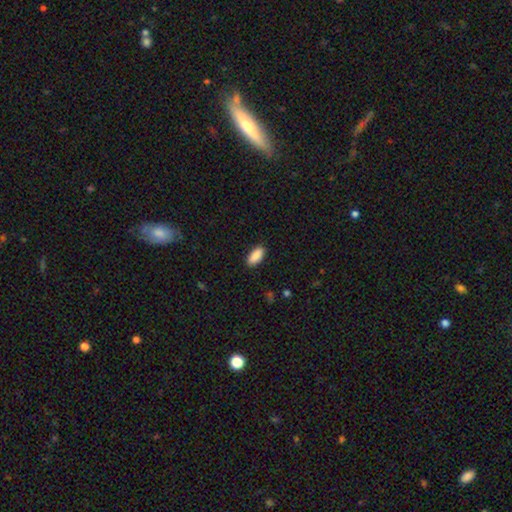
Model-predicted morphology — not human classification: A smooth galaxy with no disk features (90%) that is in between round and cigar-shaped (89%). Merging: none (89%).